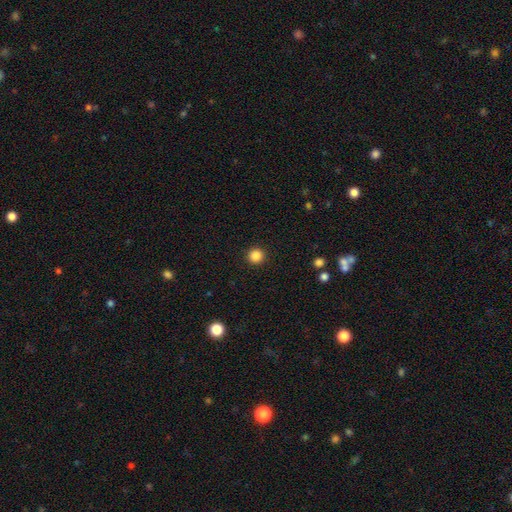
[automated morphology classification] Overall: smooth (86%). How rounded: round (94%). Merging: none (93%).